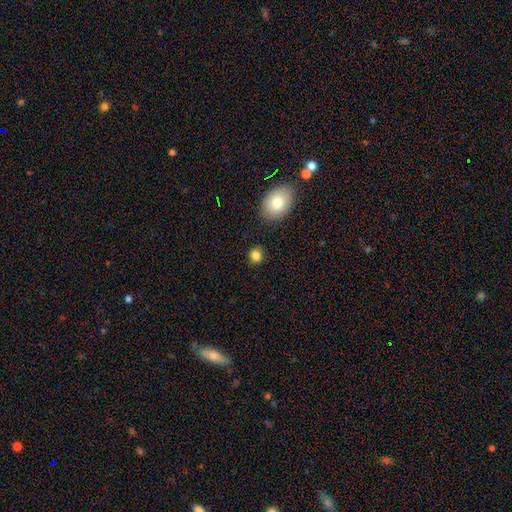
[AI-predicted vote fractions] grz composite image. It shows a smooth galaxy with no disk features (83%) that is round (79%). Merging: none (87%).